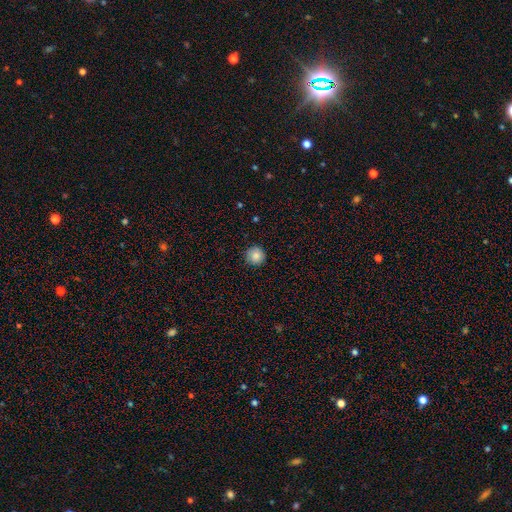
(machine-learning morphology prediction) Q: Smooth or featured?
A: smooth (85%); runner-up: star or artifact (9%)
Q: How rounded?
A: round (95%); runner-up: in between (4%)
Q: Merging?
A: none (89%); runner-up: minor disturbance (8%)